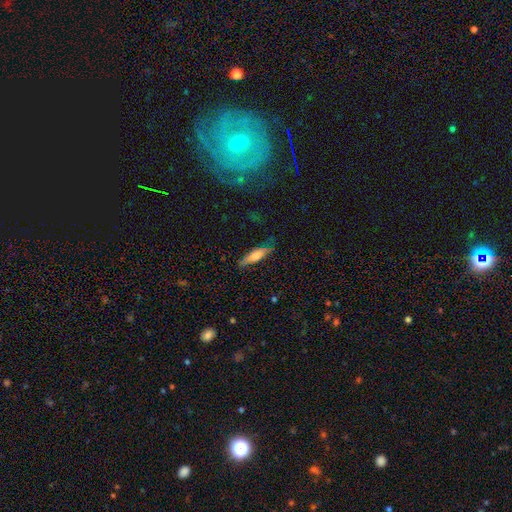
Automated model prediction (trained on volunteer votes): A smooth galaxy with no disk features (64%) that is cigar-shaped (68%).

Vote fractions:
- Smooth or featured? smooth: 64% / featured or disk: 29% / star or artifact: 7%
- How rounded? cigar-shaped: 68% / in between: 30% / round: 2%
- Merging? none: 74% / minor disturbance: 20% / major disturbance: 5% / merger: 2%